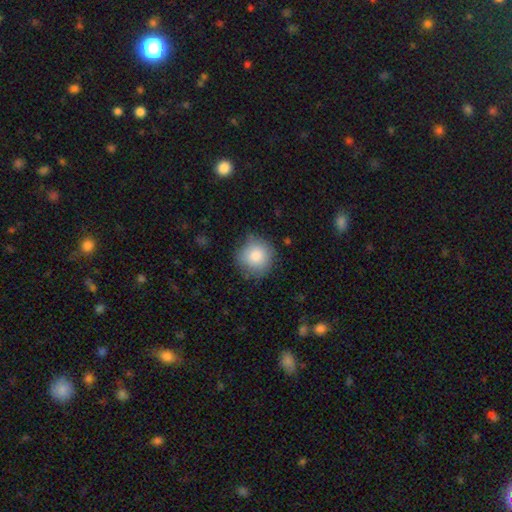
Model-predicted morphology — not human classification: smooth_or_featured: smooth (p=0.82) [alt: featured or disk p=0.10]
how_rounded: round (p=0.93) [alt: in between p=0.06]
merging: none (p=0.76) [alt: minor disturbance p=0.18]